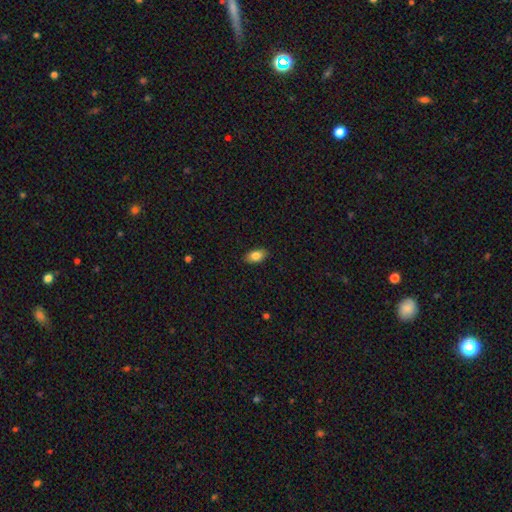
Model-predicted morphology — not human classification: A smooth galaxy with no disk features (85%) that is in between round and cigar-shaped (92%). Merging: none (89%).